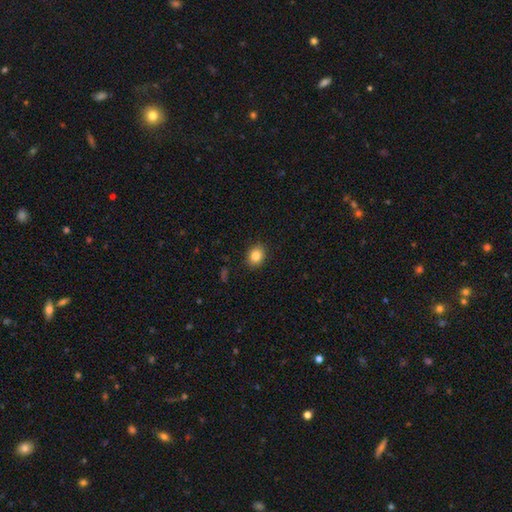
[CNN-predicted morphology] type=smooth (84%); roundness=round (53%); merging=none (89%).